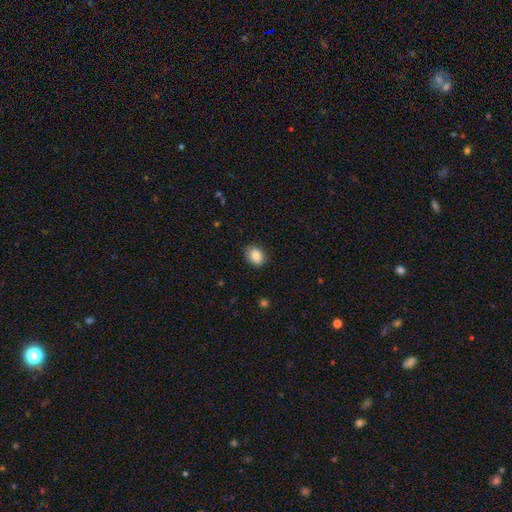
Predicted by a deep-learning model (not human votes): This appears to be a smooth galaxy with no disk features (85%) that is in between round and cigar-shaped (59%). Merging: none (85%).